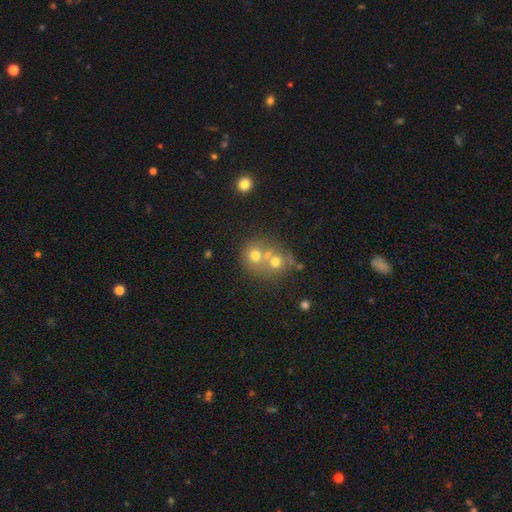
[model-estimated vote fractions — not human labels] The model was most divided on "merging": merger: 60%, none: 32%, minor disturbance: 5%, major disturbance: 3%. More confident: how rounded — round (76%); smooth or featured — smooth (56%).